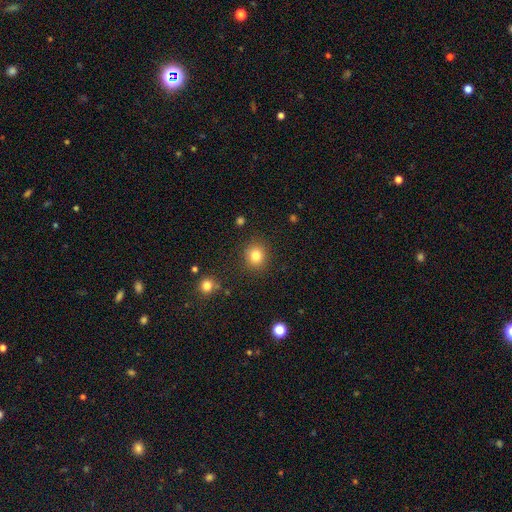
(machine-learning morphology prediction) smooth_or_featured: smooth (p=0.83) [alt: star or artifact p=0.11]
how_rounded: round (p=0.86) [alt: in between p=0.13]
merging: none (p=0.89) [alt: minor disturbance p=0.07]